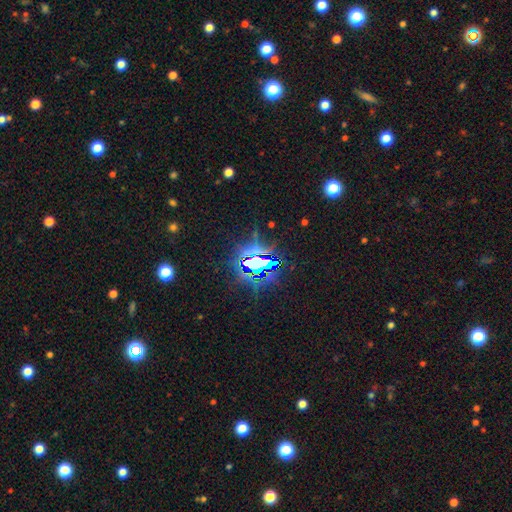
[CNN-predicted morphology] Smooth or featured: star or artifact — 81% (smooth — 10%)